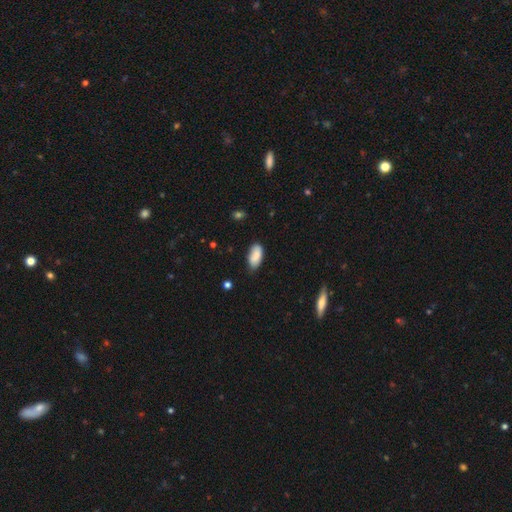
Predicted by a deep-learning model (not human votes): Smooth or featured? smooth (86%)
How rounded? in between (92%)
Merging? none (75%)